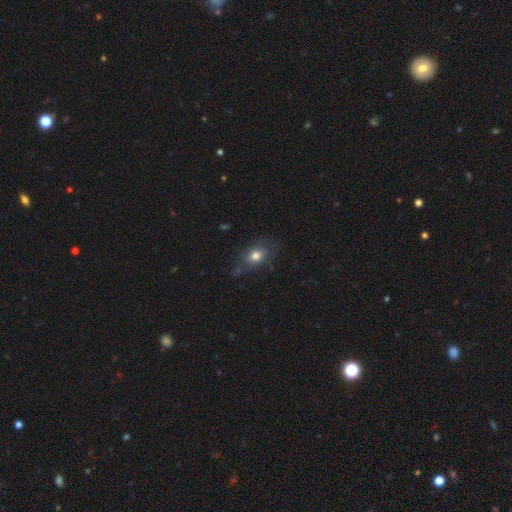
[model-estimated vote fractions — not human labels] Smooth or featured? Predicted: smooth (p=0.74). How rounded? Predicted: in between (p=0.64). Merging? Predicted: none (p=0.66).